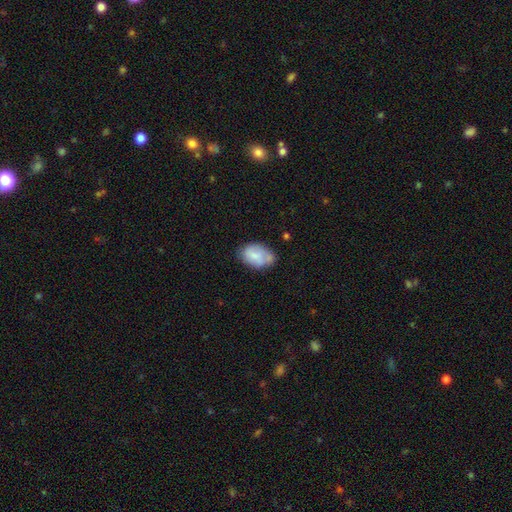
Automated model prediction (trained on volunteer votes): Smooth or featured? Predicted: smooth (p=0.72). How rounded? Predicted: in between (p=0.88). Merging? Predicted: none (p=0.52).